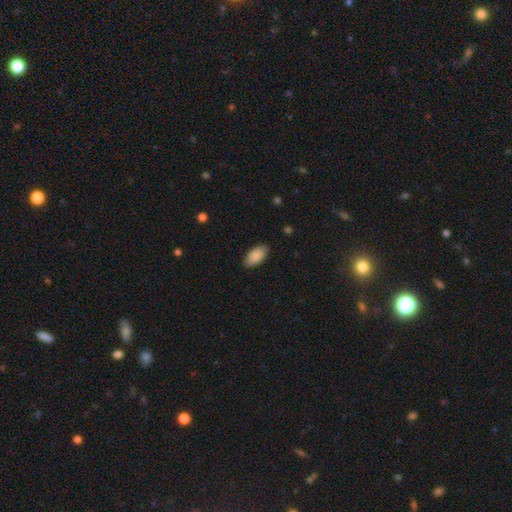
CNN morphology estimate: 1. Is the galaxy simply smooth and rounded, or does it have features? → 89% smooth, 6% star or artifact, 5% featured or disk.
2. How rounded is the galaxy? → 94% in between, 4% cigar-shaped, 2% round.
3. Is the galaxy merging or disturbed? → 86% none, 11% minor disturbance, 2% major disturbance, 1% merger.